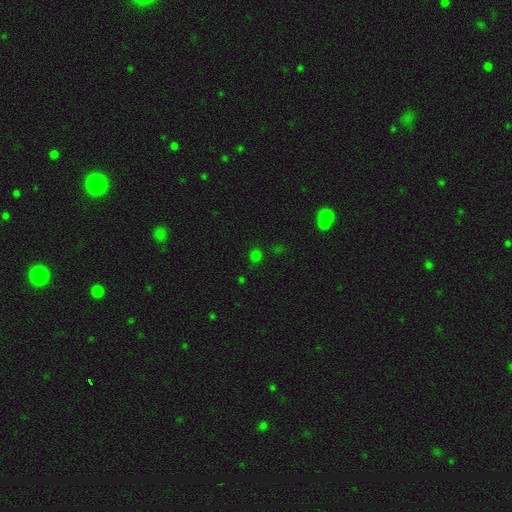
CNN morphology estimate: smooth_or_featured: smooth (p=0.67) [alt: star or artifact p=0.28]
how_rounded: round (p=0.78) [alt: in between p=0.20]
merging: none (p=0.81) [alt: minor disturbance p=0.10]